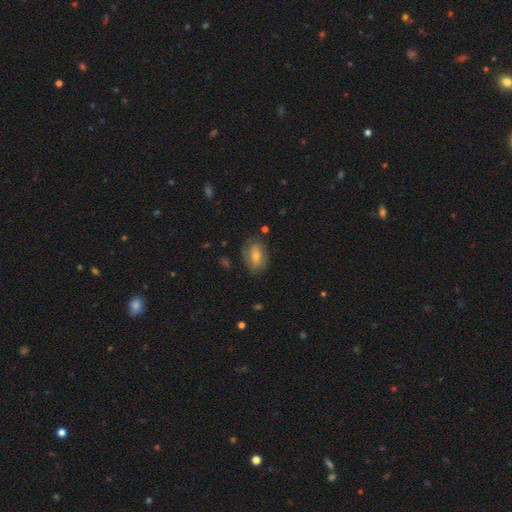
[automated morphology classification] smooth-or-featured: smooth: 49% | featured or disk: 38% | star or artifact: 12%
  merging: none: 74% | minor disturbance: 18% | major disturbance: 6% | merger: 2%